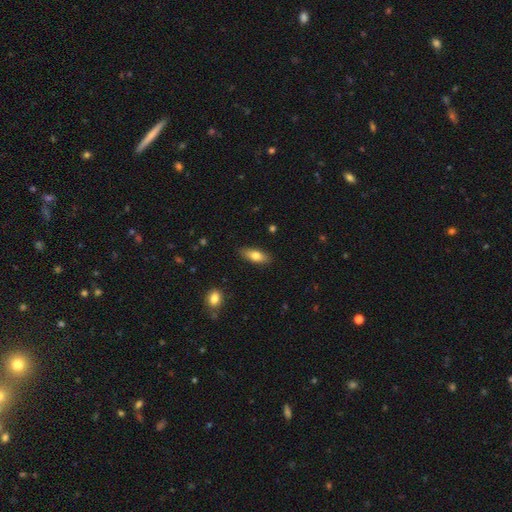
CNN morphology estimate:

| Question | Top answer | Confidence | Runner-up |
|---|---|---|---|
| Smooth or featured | smooth | 74% | featured or disk (20%) |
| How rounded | in between | 72% | cigar-shaped (25%) |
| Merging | none | 87% | minor disturbance (10%) |